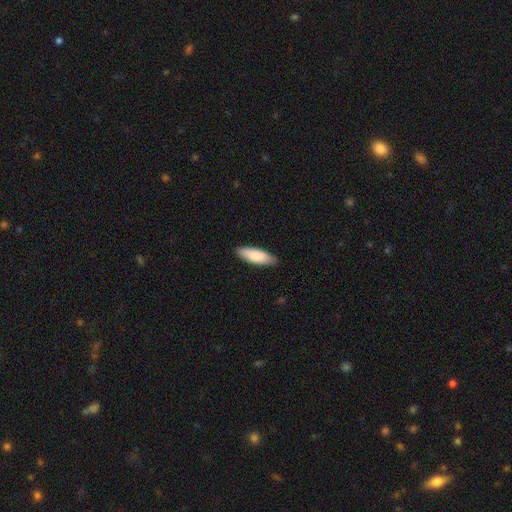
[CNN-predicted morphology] smooth_or_featured: smooth (p=0.86) [alt: featured or disk p=0.09]
how_rounded: in between (p=0.56) [alt: cigar-shaped p=0.43]
merging: none (p=0.86) [alt: minor disturbance p=0.11]